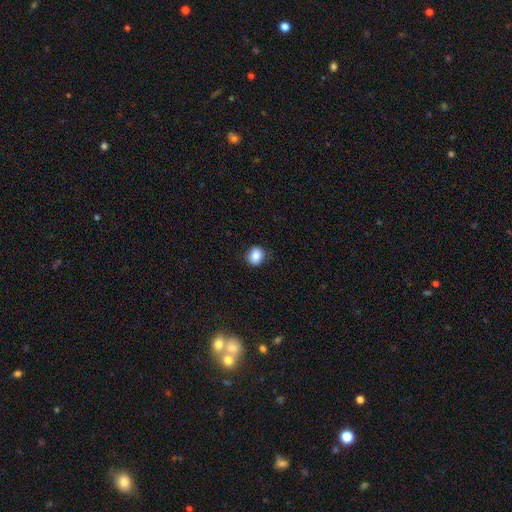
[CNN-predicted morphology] This is clearly a smooth galaxy (84%). How rounded: likely round (67%). Merging: clearly none (85%).